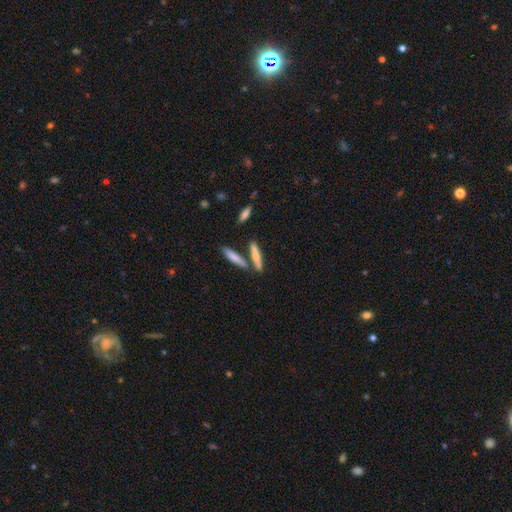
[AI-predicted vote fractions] smooth_or_featured: smooth (p=0.65) [alt: featured or disk p=0.28]
how_rounded: cigar-shaped (p=0.84) [alt: in between p=0.14]
merging: none (p=0.67) [alt: merger p=0.20]